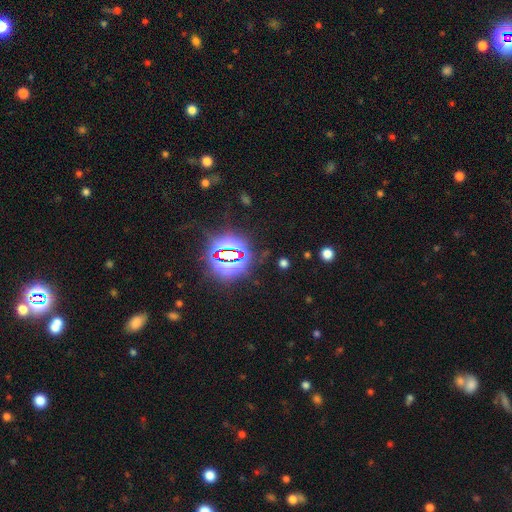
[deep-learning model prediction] Q: Smooth or featured?
A: star or artifact (84%); runner-up: smooth (10%)